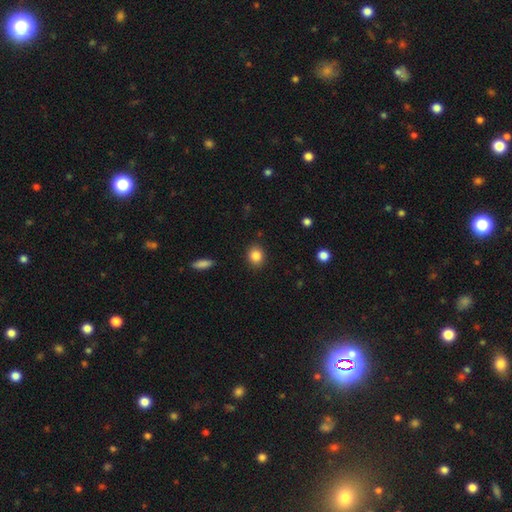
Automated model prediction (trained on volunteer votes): Smooth or featured?
  - smooth: 86% *
  - star or artifact: 9%
  - featured or disk: 5%
How rounded?
  - round: 68% *
  - in between: 31%
  - cigar-shaped: 1%
Merging?
  - none: 89% *
  - minor disturbance: 8%
  - major disturbance: 2%
  - merger: 1%